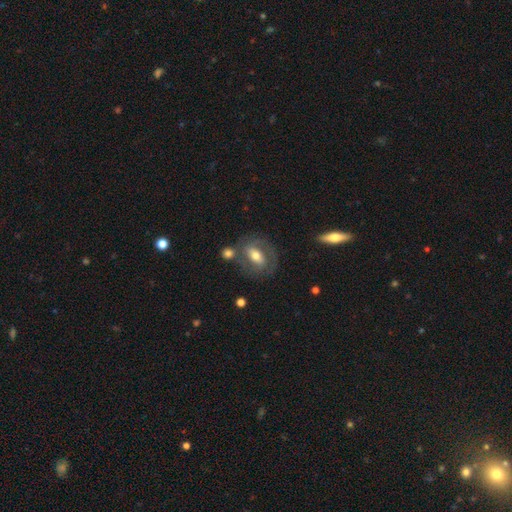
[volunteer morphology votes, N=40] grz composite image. It shows a featured or disk galaxy (65%) with a weak bar (52%), 2 (80%) medium (55%) spiral arms (80%) and a moderate central bulge (68%). Merging: none (67%).